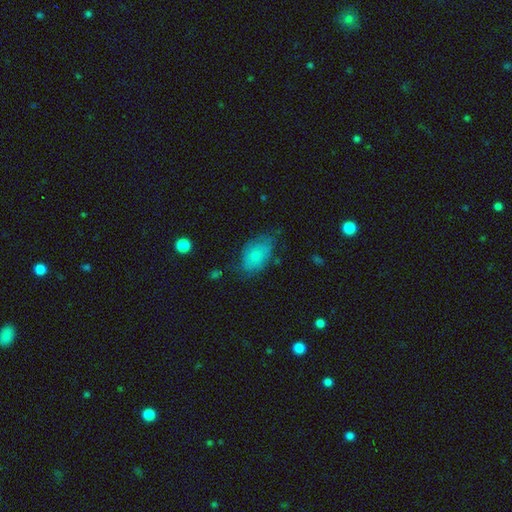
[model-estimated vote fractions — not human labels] Smooth or featured?
  - smooth: 75% *
  - featured or disk: 18%
  - star or artifact: 8%
How rounded?
  - in between: 91% *
  - round: 7%
  - cigar-shaped: 2%
Merging?
  - none: 57% *
  - minor disturbance: 30%
  - major disturbance: 11%
  - merger: 2%